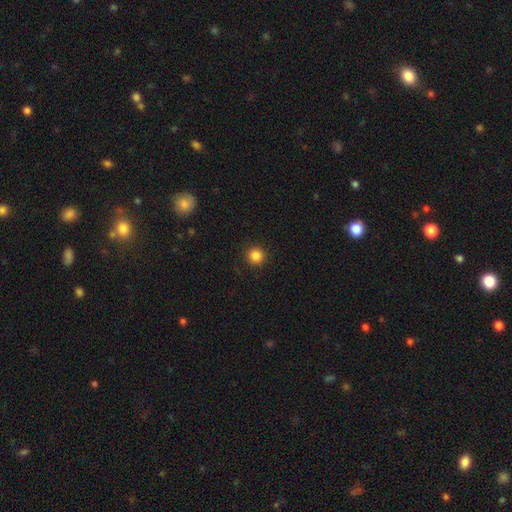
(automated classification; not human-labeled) Q: Smooth or featured?
A: smooth (85%); runner-up: star or artifact (11%)
Q: How rounded?
A: round (95%); runner-up: in between (4%)
Q: Merging?
A: none (92%); runner-up: minor disturbance (5%)